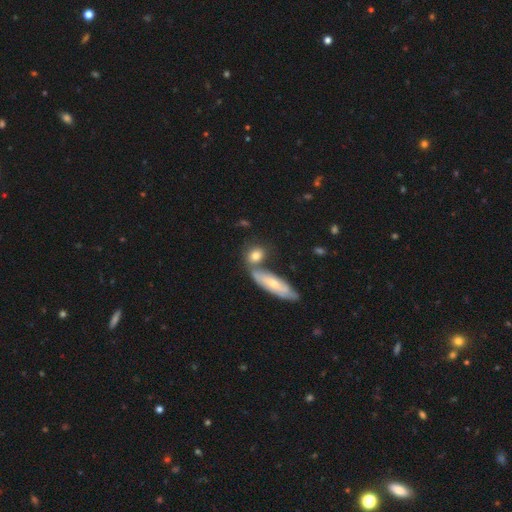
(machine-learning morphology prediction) Smooth or featured? smooth (73%)
How rounded? in between (47%)
Merging? none (52%)